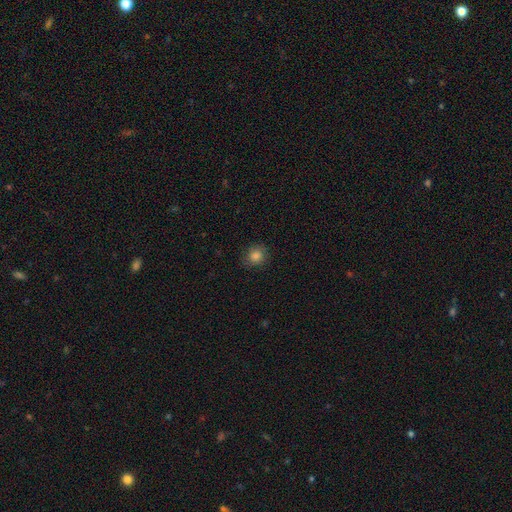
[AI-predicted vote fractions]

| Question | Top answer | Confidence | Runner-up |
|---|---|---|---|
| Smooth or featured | smooth | 83% | star or artifact (11%) |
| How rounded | round | 84% | in between (15%) |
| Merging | none | 84% | minor disturbance (12%) |